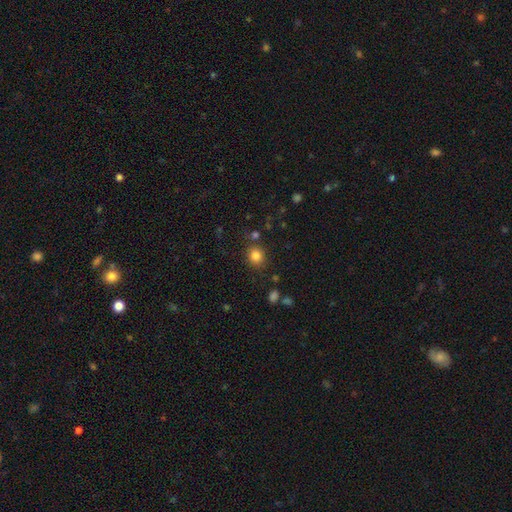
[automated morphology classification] Overall: smooth (83%). How rounded: round (82%). Merging: none (82%).